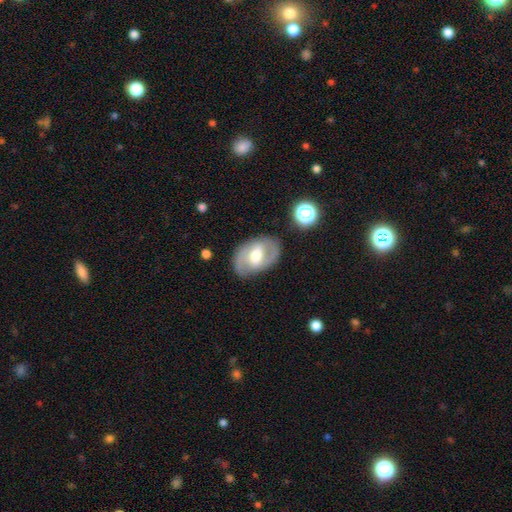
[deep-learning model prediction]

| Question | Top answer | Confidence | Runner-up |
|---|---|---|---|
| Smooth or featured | featured or disk | 69% | smooth (24%) |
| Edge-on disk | no | 95% | yes (5%) |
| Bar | weak | 48% | strong (29%) |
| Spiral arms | yes | 75% | no (25%) |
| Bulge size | moderate | 70% | small (15%) |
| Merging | none | 79% | minor disturbance (14%) |